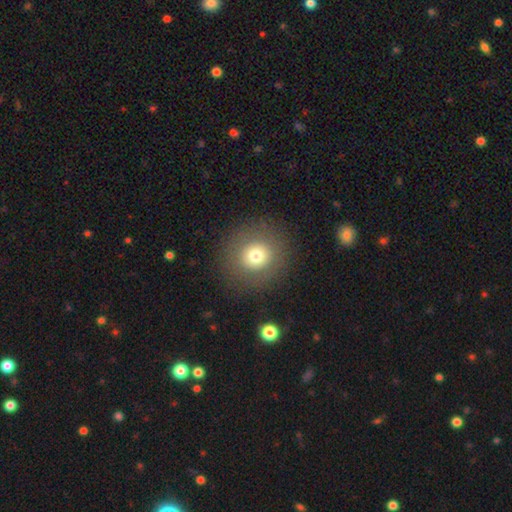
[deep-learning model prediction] A smooth galaxy with no disk features (71%) that is round (92%).

Vote fractions:
- Smooth or featured? smooth: 71% / featured or disk: 15% / star or artifact: 13%
- How rounded? round: 92% / in between: 7% / cigar-shaped: 1%
- Merging? none: 87% / minor disturbance: 7% / major disturbance: 5% / merger: 1%